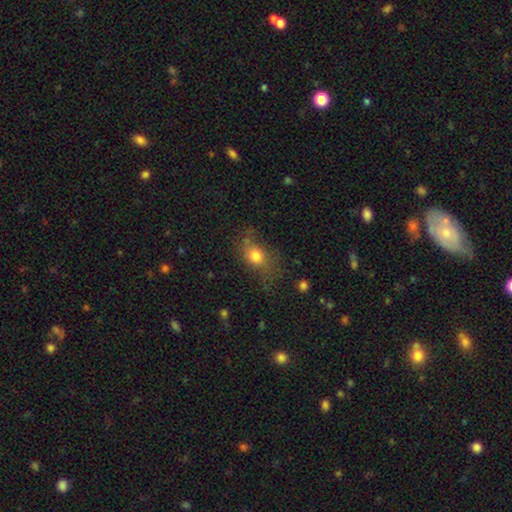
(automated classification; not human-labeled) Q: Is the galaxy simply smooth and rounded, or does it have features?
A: smooth — 73%.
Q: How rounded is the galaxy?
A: in between — 63%.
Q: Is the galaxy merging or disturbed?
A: none — 60%.